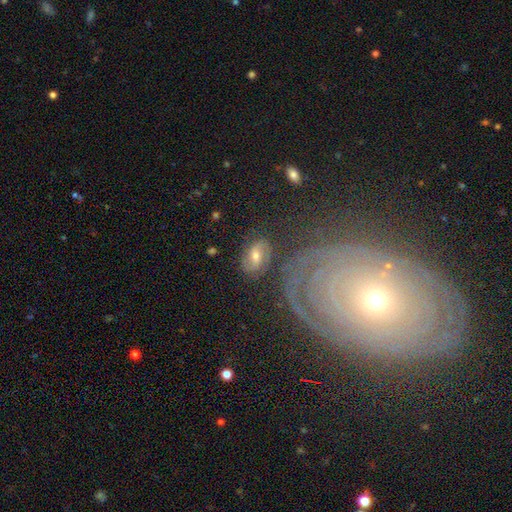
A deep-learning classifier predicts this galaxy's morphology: This appears to be a featured or disk galaxy (58%) with a weak bar (44%), spiral arms (84%) and a moderate central bulge (61%). Merging: none (74%).